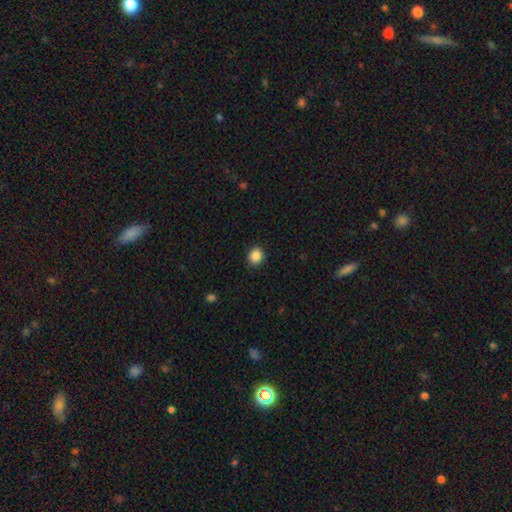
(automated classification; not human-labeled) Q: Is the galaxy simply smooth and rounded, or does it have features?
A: smooth — 88%.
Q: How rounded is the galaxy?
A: round — 81%.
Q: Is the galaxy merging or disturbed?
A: none — 91%.